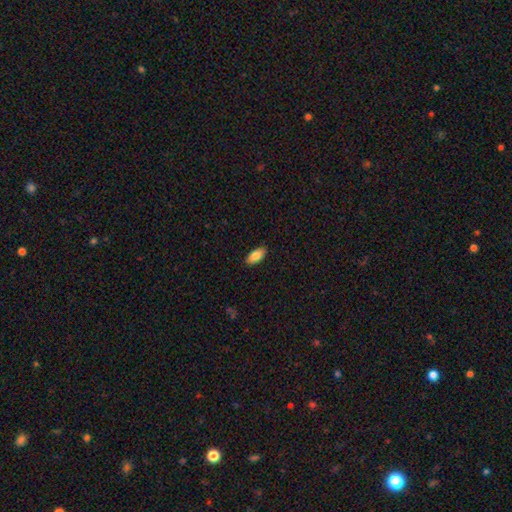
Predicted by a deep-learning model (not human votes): A smooth galaxy with no disk features (85%) that is in between round and cigar-shaped (92%).

Vote fractions:
- Smooth or featured? smooth: 85% / featured or disk: 8% / star or artifact: 7%
- How rounded? in between: 92% / cigar-shaped: 6% / round: 2%
- Merging? none: 89% / minor disturbance: 9% / major disturbance: 2% / merger: 1%